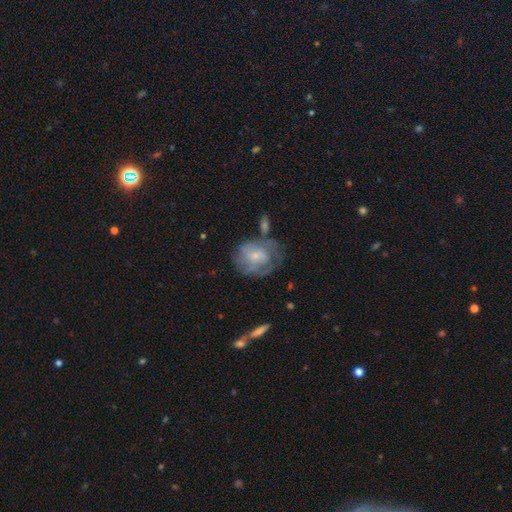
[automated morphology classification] Overall: featured or disk (53%; smooth 39%). Edge-on disk: no (97%). Bar: no (72%). Spiral arms: yes (60%; no 40%). Bulge size: small (65%; moderate 26%). Merging: none (45%; minor disturbance 25%).